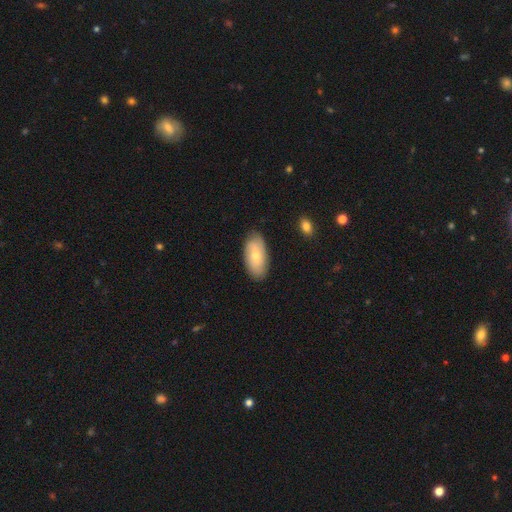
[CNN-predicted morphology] smooth-or-featured: smooth: 62% | featured or disk: 32% | star or artifact: 6%
  how-rounded: in between: 93% | cigar-shaped: 4% | round: 3%
  merging: none: 82% | minor disturbance: 14% | major disturbance: 3% | merger: 1%